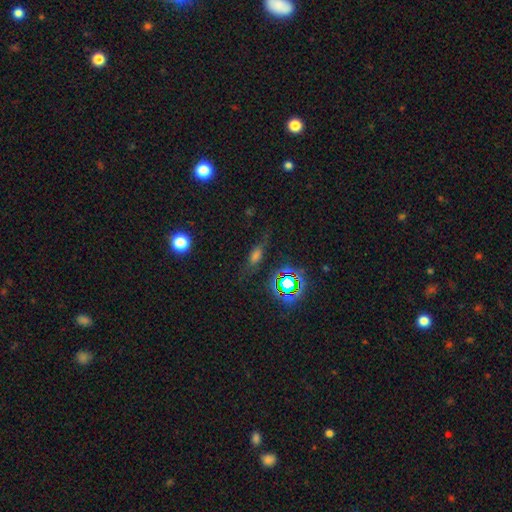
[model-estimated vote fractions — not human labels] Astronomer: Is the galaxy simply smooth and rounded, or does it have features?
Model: smooth — 51% (runner-up: star or artifact, 30%).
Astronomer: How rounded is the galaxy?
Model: in between — 56% (runner-up: cigar-shaped, 32%).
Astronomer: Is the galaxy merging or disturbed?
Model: none — 68%.